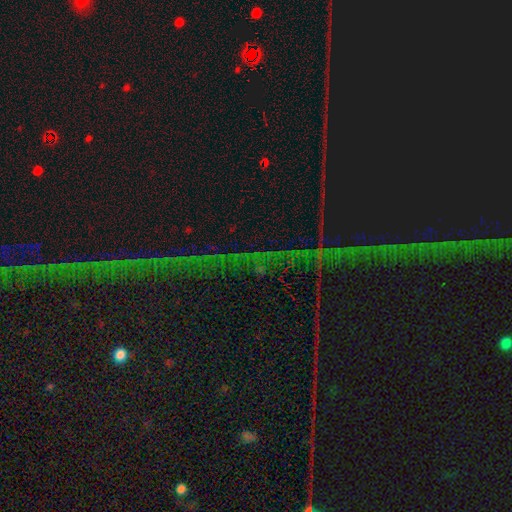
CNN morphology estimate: Smooth or featured?
  - star or artifact: 81% *
  - featured or disk: 10%
  - smooth: 9%